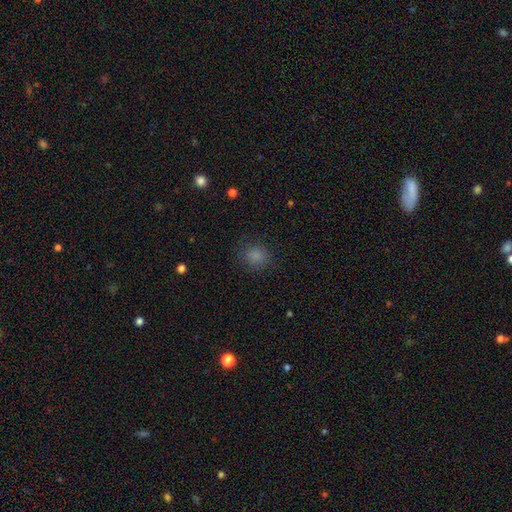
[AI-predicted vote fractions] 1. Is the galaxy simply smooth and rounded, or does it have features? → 83% smooth, 13% star or artifact, 5% featured or disk.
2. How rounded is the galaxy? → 80% round, 19% in between, 1% cigar-shaped.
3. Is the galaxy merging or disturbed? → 83% none, 11% minor disturbance, 4% major disturbance, 1% merger.